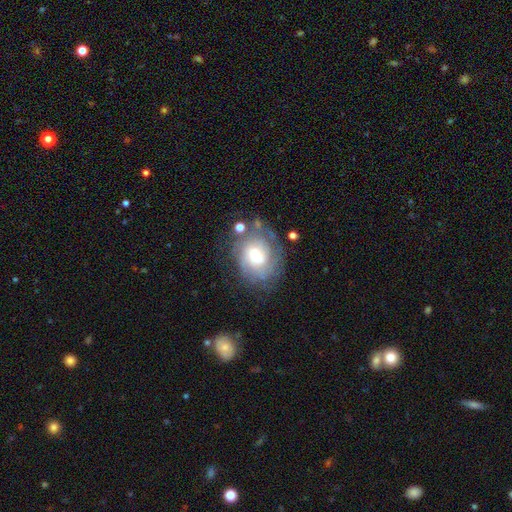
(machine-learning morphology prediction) Smooth or featured? featured or disk (65%)
Edge-on disk? no (97%)
Bar? no (48%)
Spiral arms? yes (84%)
Spiral winding? tight (59%)
Spiral arm count? can't tell (52%)
Bulge size? moderate (48%)
Merging? none (62%)